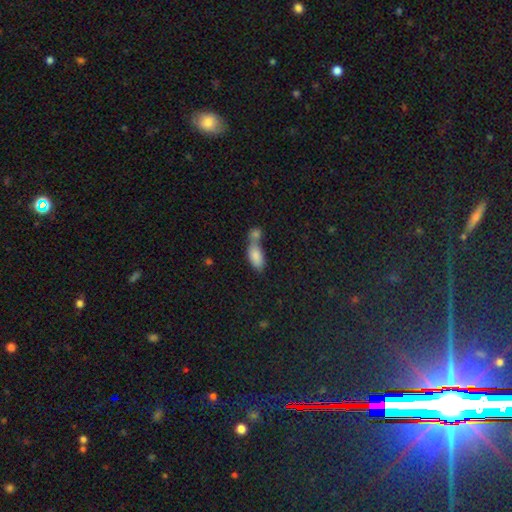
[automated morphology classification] A smooth galaxy with no disk features (82%) that is in between round and cigar-shaped (87%). Merging: merger (63%).